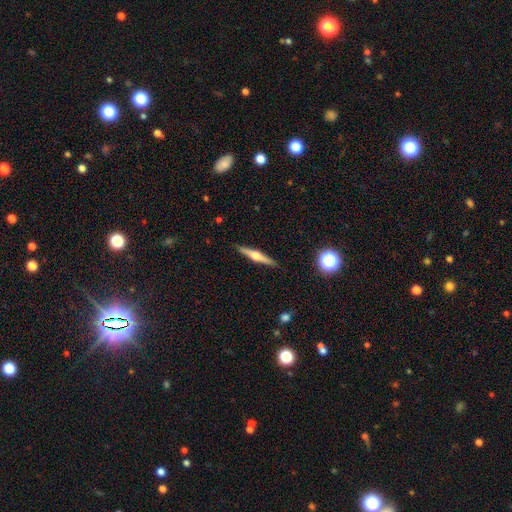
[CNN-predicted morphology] Smooth or featured: featured or disk — 70% (smooth — 24%)
Edge-on disk: yes — 98% (no — 2%)
Edge-on bulge: rounded — 92% (boxy — 5%)
Merging: none — 90% (minor disturbance — 7%)